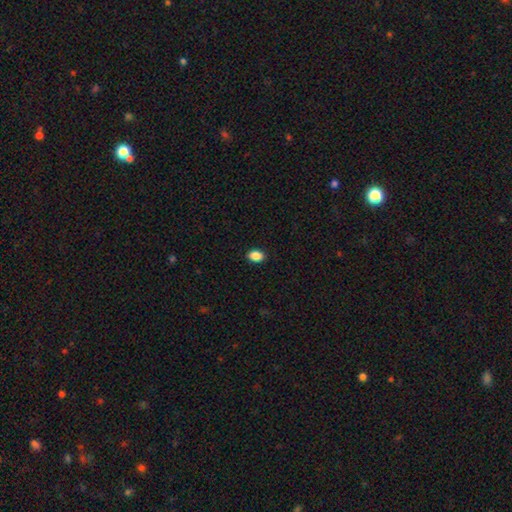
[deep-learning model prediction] Smooth or featured: smooth — 89% (star or artifact — 8%)
How rounded: in between — 78% (round — 21%)
Merging: none — 90% (minor disturbance — 7%)